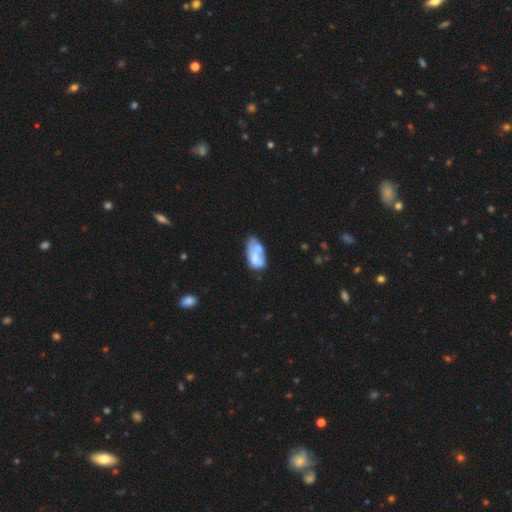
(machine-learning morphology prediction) type=smooth (58%); roundness=in between (92%); merging=merger (29%, tied with none).